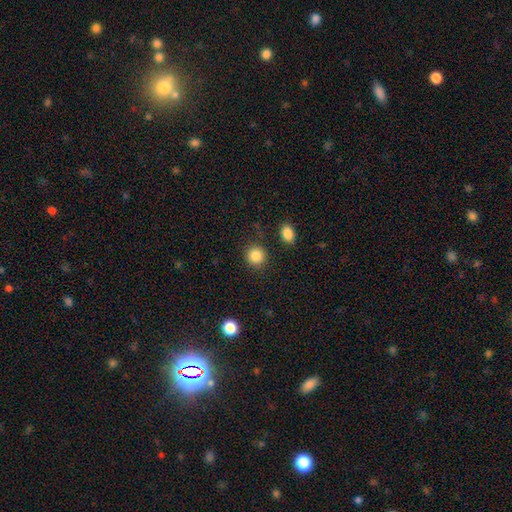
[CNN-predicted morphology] Smooth or featured?
  - smooth: 87% *
  - star or artifact: 9%
  - featured or disk: 4%
How rounded?
  - round: 90% *
  - in between: 9%
  - cigar-shaped: 1%
Merging?
  - none: 87% *
  - minor disturbance: 7%
  - major disturbance: 3%
  - merger: 3%